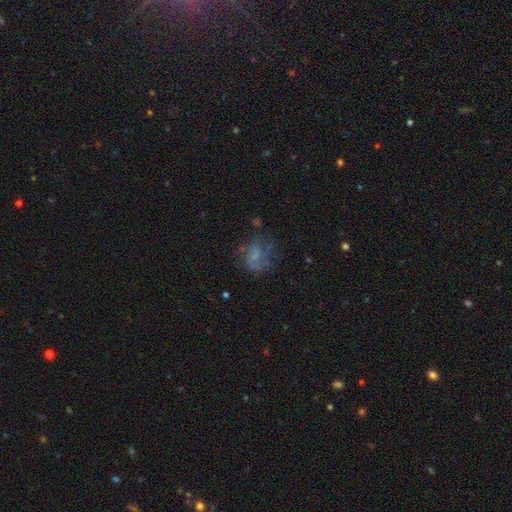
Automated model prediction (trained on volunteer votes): smooth_or_featured: featured or disk (p=0.46) [alt: smooth p=0.37]
merging: none (p=0.44) [alt: major disturbance p=0.31]